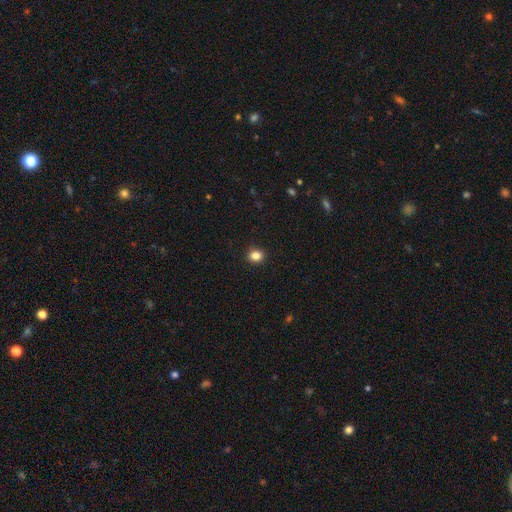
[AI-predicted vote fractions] Overall: smooth (85%). How rounded: round (72%). Merging: none (92%).